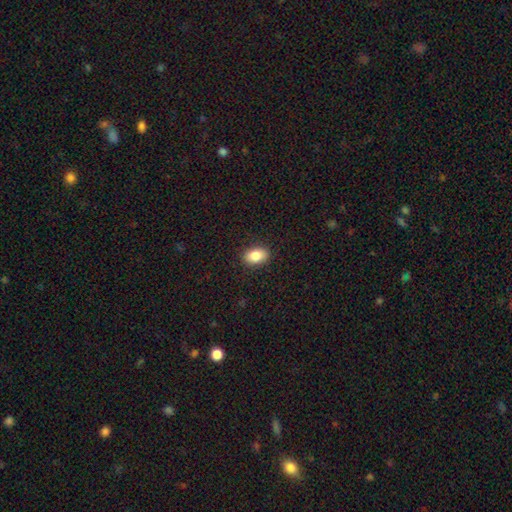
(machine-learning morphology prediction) smooth_or_featured: smooth (p=0.86) [alt: star or artifact p=0.08]
how_rounded: in between (p=0.87) [alt: round p=0.12]
merging: none (p=0.89) [alt: minor disturbance p=0.08]